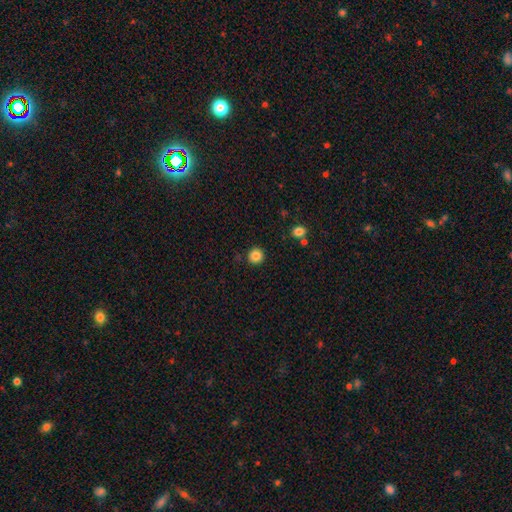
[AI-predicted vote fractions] This appears to be a smooth galaxy with no disk features (85%) that is round (95%). Merging: none (91%).